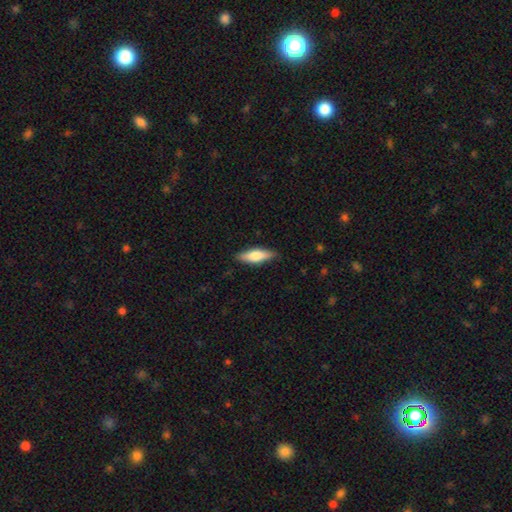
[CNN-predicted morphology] smooth_or_featured: smooth (p=0.64) [alt: featured or disk p=0.30]
how_rounded: in between (p=0.51) [alt: cigar-shaped p=0.47]
merging: none (p=0.87) [alt: minor disturbance p=0.10]